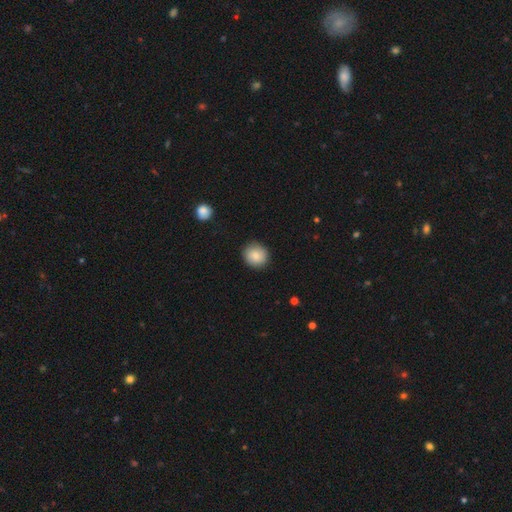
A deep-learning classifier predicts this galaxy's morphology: Q: Smooth or featured?
A: smooth (85%); runner-up: star or artifact (8%)
Q: How rounded?
A: round (87%); runner-up: in between (12%)
Q: Merging?
A: none (88%); runner-up: minor disturbance (9%)